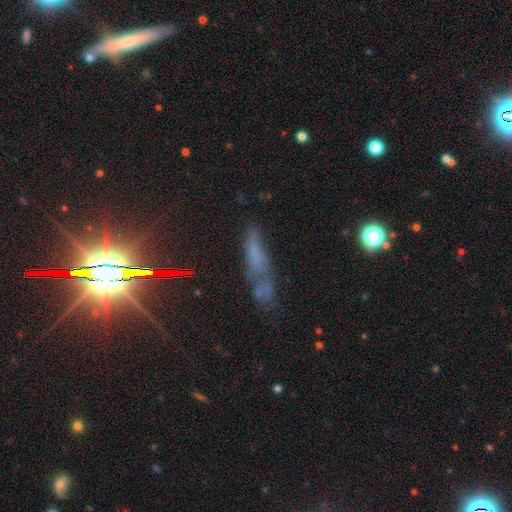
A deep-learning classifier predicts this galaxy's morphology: A smooth galaxy with no disk features (42%). Merging: none (49%).